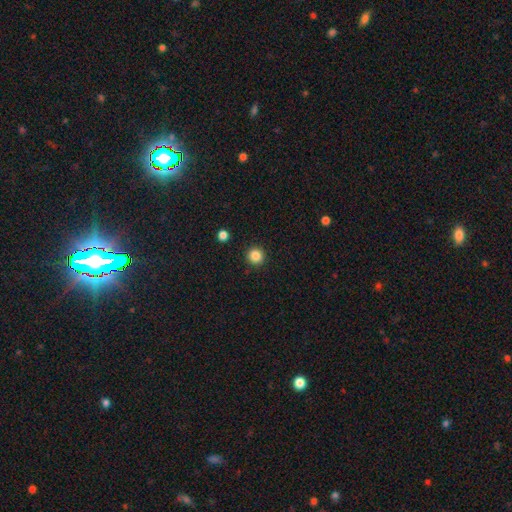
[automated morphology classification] smooth-or-featured: smooth: 85% | star or artifact: 11% | featured or disk: 4%
  how-rounded: round: 95% | in between: 4% | cigar-shaped: 1%
  merging: none: 92% | minor disturbance: 5% | major disturbance: 2% | merger: 1%